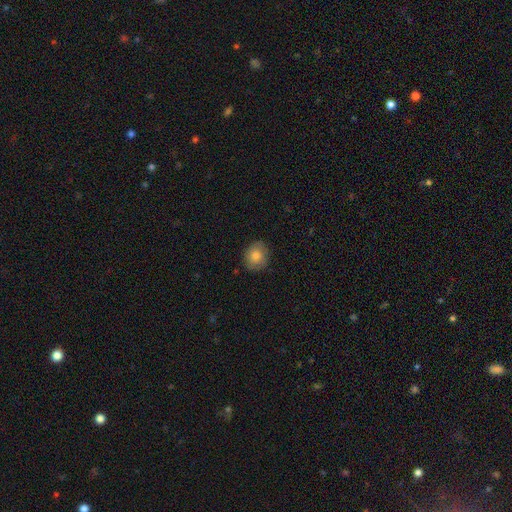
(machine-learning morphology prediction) A smooth galaxy with no disk features (80%) that is round (65%).

Vote fractions:
- Smooth or featured? smooth: 80% / featured or disk: 12% / star or artifact: 8%
- How rounded? round: 65% / in between: 34% / cigar-shaped: 1%
- Merging? none: 83% / minor disturbance: 13% / major disturbance: 3% / merger: 1%